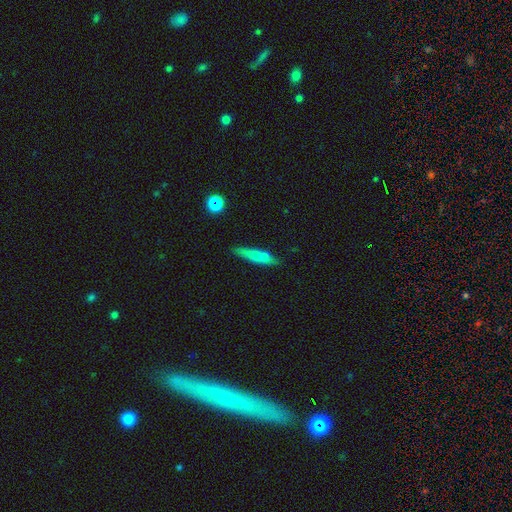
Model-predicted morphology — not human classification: A smooth galaxy with no disk features (59%) that is cigar-shaped (80%).

Vote fractions:
- Smooth or featured? smooth: 59% / featured or disk: 33% / star or artifact: 8%
- How rounded? cigar-shaped: 80% / in between: 17% / round: 3%
- Merging? none: 65% / merger: 16% / minor disturbance: 15% / major disturbance: 4%